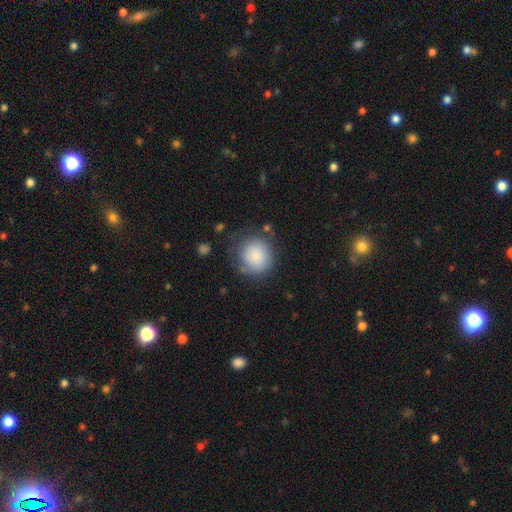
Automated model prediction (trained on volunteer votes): This is clearly a smooth galaxy (82%). How rounded: clearly round (89%). Merging: likely none (67%).